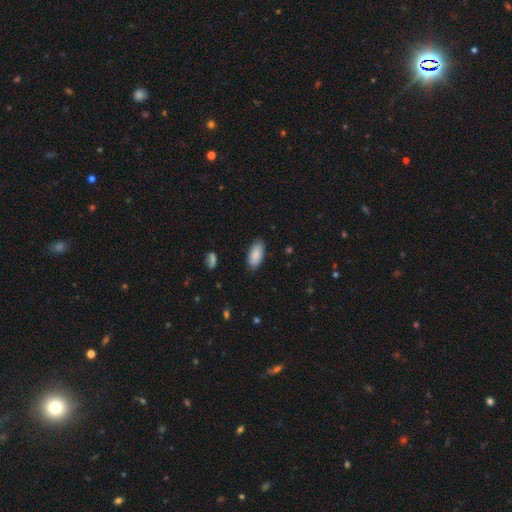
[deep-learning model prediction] smooth 87%, featured or disk 7%, star or artifact 6%. Down the decision tree: how rounded — in between (92%); merging — none (86%).